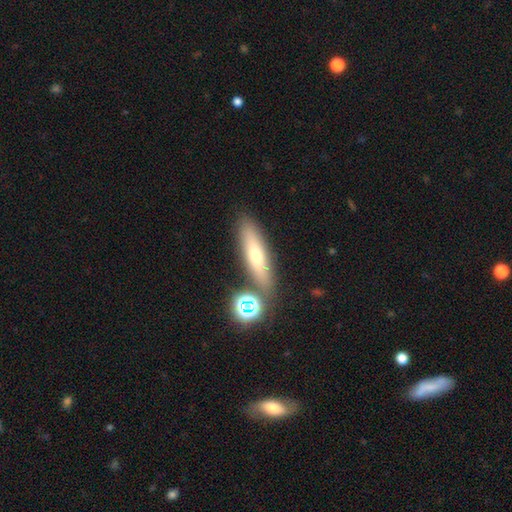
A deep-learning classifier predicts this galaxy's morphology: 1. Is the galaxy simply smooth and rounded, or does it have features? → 55% smooth, 32% featured or disk, 13% star or artifact.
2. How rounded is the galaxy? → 68% cigar-shaped, 27% in between, 5% round.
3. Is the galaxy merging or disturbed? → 80% none, 10% minor disturbance, 8% merger, 3% major disturbance.